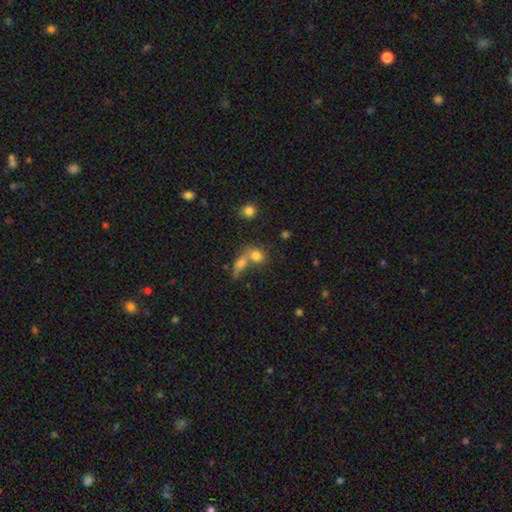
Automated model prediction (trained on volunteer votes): Smooth or featured? Predicted: smooth (p=0.77). How rounded? Predicted: round (p=0.55). Merging? Predicted: merger (p=0.53).